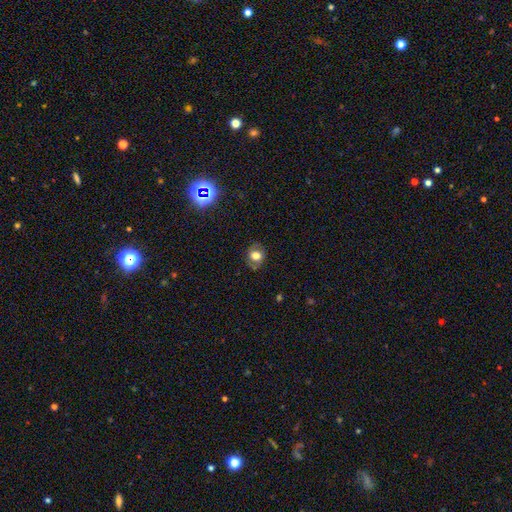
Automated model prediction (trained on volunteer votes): The model was most divided on "how rounded": round: 64%, in between: 34%, cigar-shaped: 1%. More confident: merging — none (78%); smooth or featured — smooth (64%).